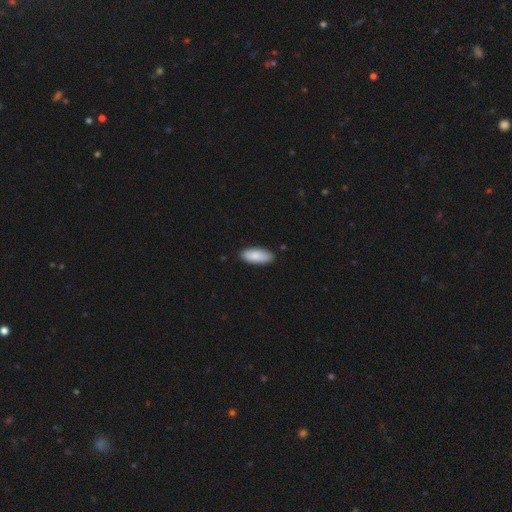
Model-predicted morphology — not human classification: smooth-or-featured: smooth: 89% | featured or disk: 6% | star or artifact: 5%
  how-rounded: in between: 84% | cigar-shaped: 15% | round: 2%
  merging: none: 86% | minor disturbance: 11% | major disturbance: 2% | merger: 1%